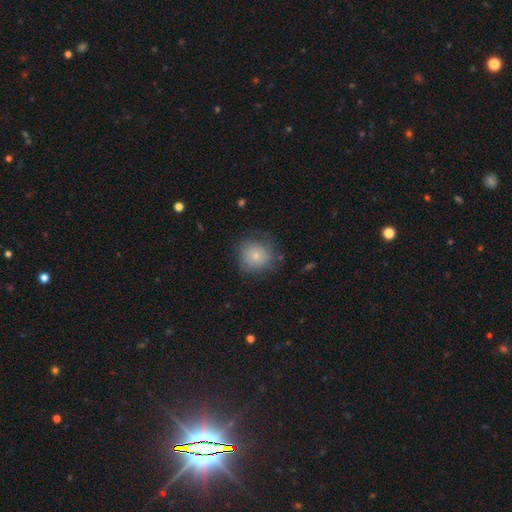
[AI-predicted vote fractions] Smooth or featured? smooth (76%)
How rounded? round (86%)
Merging? none (70%)